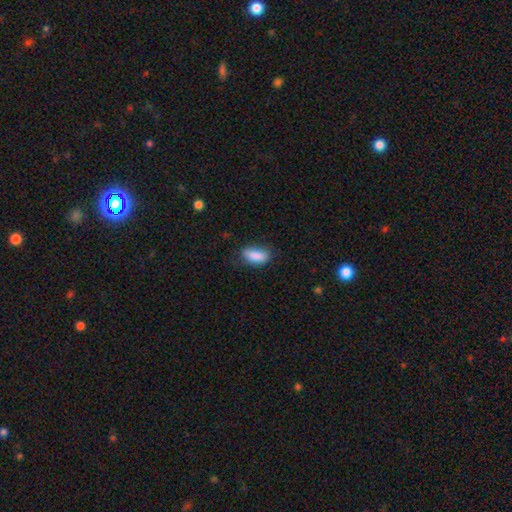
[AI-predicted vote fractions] Smooth or featured: smooth — 87% (star or artifact — 7%)
How rounded: in between — 87% (cigar-shaped — 9%)
Merging: none — 70% (minor disturbance — 23%)